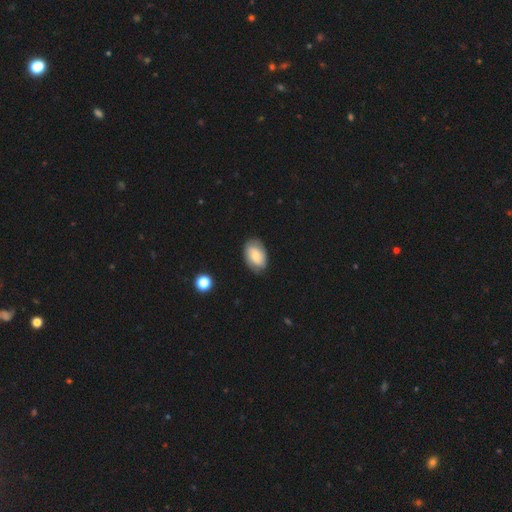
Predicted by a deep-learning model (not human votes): Smooth or featured? smooth (70%)
How rounded? in between (89%)
Merging? none (79%)